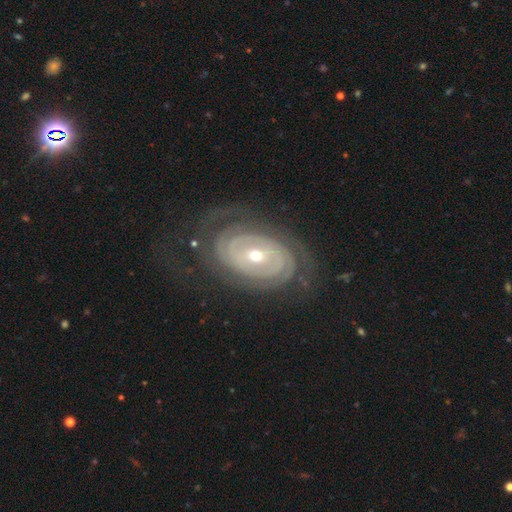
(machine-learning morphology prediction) This appears to be a featured or disk galaxy (87%) with no bar (62%), 2 (34%) tight (82%) spiral arms (93%) and a small central bulge (50%). Merging: none (72%).